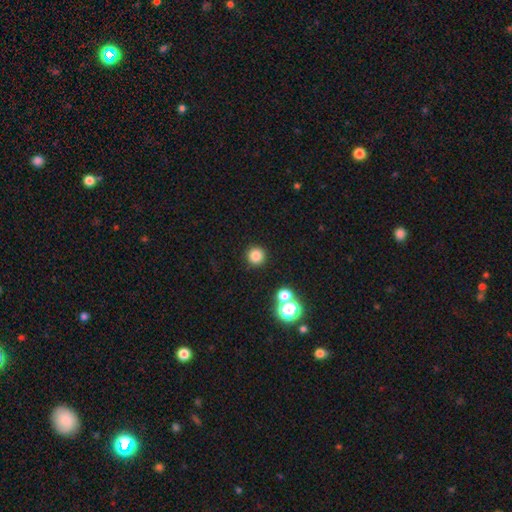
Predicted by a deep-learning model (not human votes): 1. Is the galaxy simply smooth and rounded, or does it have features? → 82% smooth, 14% star or artifact, 5% featured or disk.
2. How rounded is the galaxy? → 95% round, 4% in between, 1% cigar-shaped.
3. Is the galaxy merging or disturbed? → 88% none, 5% minor disturbance, 4% merger, 2% major disturbance.